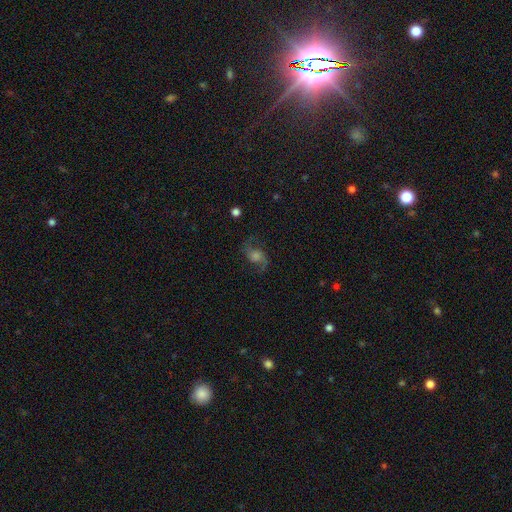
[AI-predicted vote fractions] A featured or disk galaxy (75%) with no bar (60%), 2 (93%) loose (59%) spiral arms (95%) and a moderate central bulge (35%).

Vote fractions:
- Smooth or featured? featured or disk: 75% / smooth: 13% / star or artifact: 12%
- Edge-on disk? no: 96% / yes: 4%
- Bar? no: 60% / weak: 33% / strong: 7%
- Spiral arms? yes: 95% / no: 5%
- Spiral winding? loose: 59% / medium: 34% / tight: 6%
- Spiral arm count? 2: 93% / can't tell: 2% / 1: 2% / 3: 1% / 4: 1% / more than 4: 1%
- Bulge size? moderate: 35% / large: 27% / small: 20% / none: 14% / dominant: 5%
- Merging? none: 76% / minor disturbance: 13% / major disturbance: 9% / merger: 1%